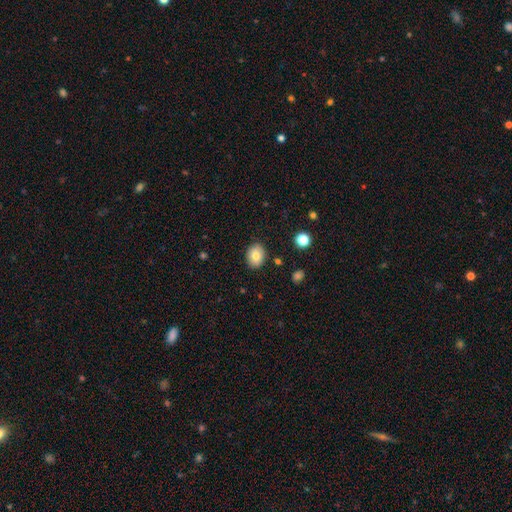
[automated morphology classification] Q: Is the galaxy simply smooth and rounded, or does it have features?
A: smooth — 80%.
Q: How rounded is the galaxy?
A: in between — 62%.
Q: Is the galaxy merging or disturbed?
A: none — 87%.